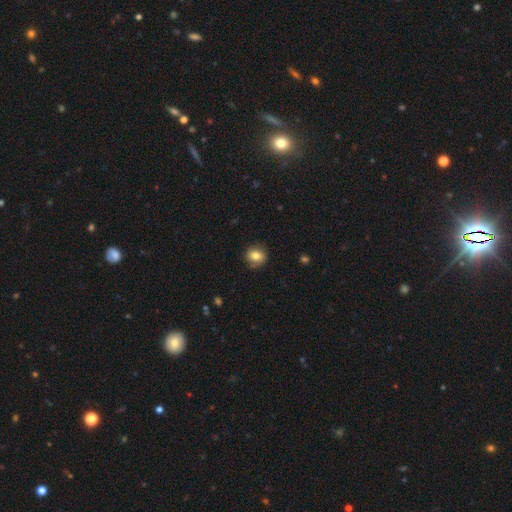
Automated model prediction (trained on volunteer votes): smooth_or_featured: smooth (p=0.79) [alt: featured or disk p=0.11]
how_rounded: round (p=0.77) [alt: in between p=0.22]
merging: none (p=0.83) [alt: minor disturbance p=0.13]